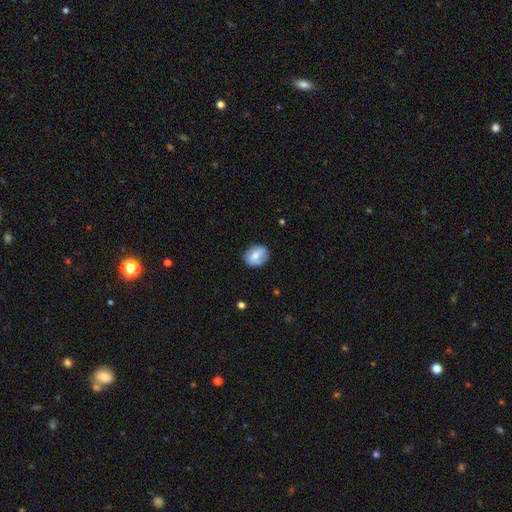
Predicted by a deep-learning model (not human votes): Overall: smooth (60%; featured or disk 32%). How rounded: in between (59%; round 39%). Merging: none (72%).